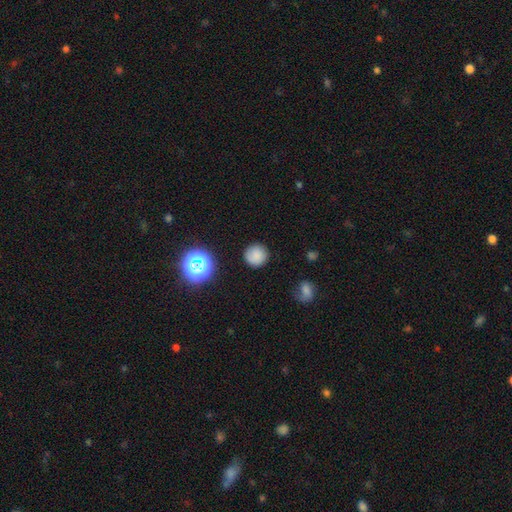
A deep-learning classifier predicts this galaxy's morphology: smooth 81%, star or artifact 13%, featured or disk 6%. Down the decision tree: how rounded — round (94%); merging — none (88%).